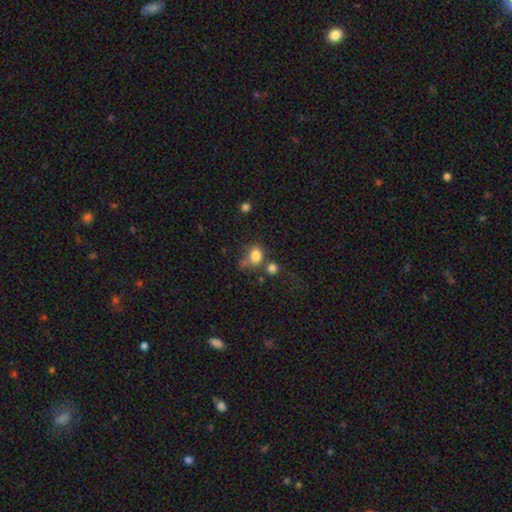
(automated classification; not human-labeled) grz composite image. It shows a smooth galaxy with no disk features (80%) that is round (52%). Merging: none (41%).